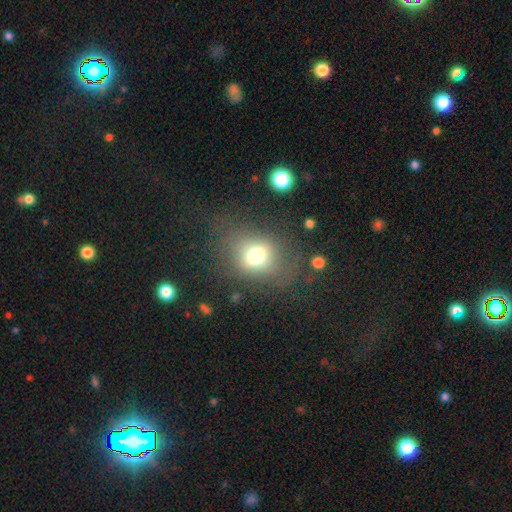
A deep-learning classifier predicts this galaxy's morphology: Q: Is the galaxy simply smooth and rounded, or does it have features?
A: smooth — 69%.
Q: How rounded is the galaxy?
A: round — 50%.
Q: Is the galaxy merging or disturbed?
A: none — 64%.